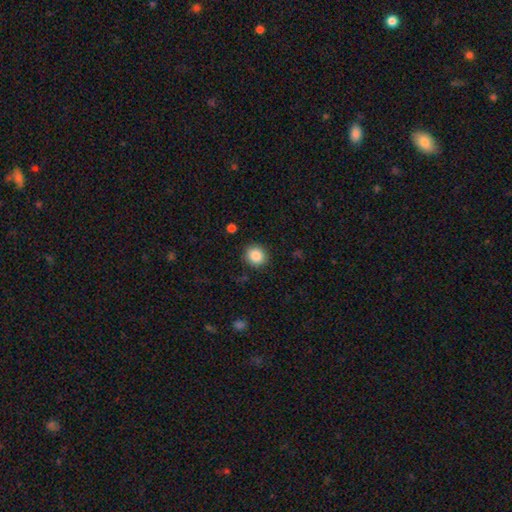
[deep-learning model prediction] This is clearly a smooth galaxy (87%). How rounded: clearly round (83%). Merging: clearly none (89%).